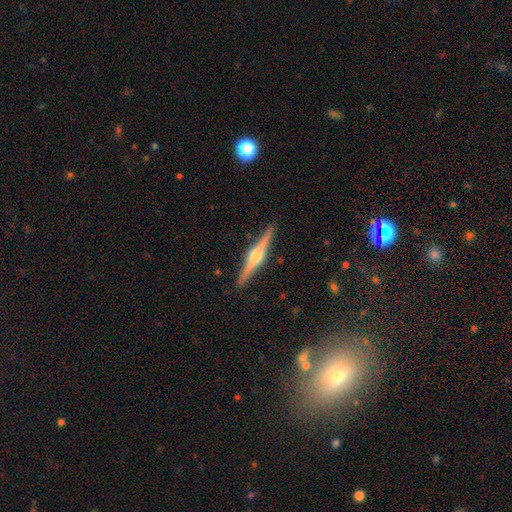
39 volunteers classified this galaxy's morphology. Smooth or featured?
  - featured or disk: 87% *
  - star or artifact: 8%
  - smooth: 5%
Edge-on disk?
  - yes: 97% *
  - no: 3%
Edge-on bulge?
  - rounded: 97% *
  - boxy: 3%
  - none: 0%
Merging?
  - none: 92% *
  - minor disturbance: 8%
  - major disturbance: 0%
  - merger: 0%